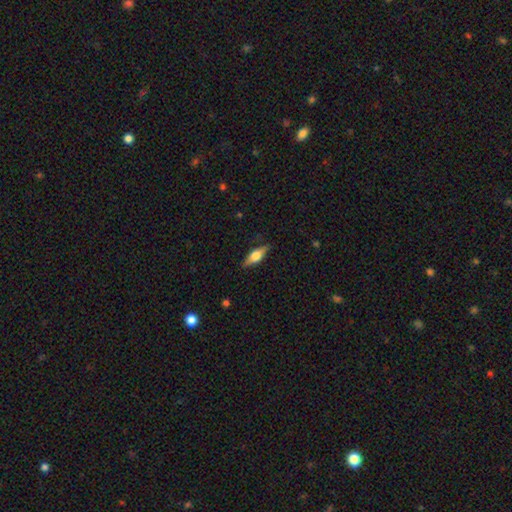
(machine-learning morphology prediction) This is possibly a featured or disk galaxy (58%). It is clearly viewed edge-on (95%). Edge-on bulge: clearly rounded (90%). Merging: clearly none (85%).